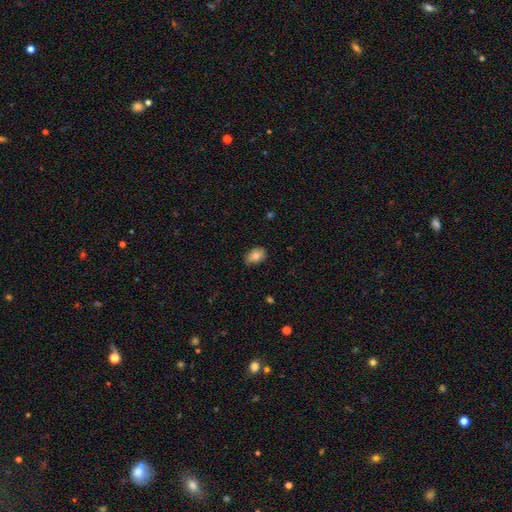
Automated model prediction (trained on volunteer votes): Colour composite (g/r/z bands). It shows a smooth galaxy with no disk features (77%) that is in between round and cigar-shaped (85%). Merging: none (80%).